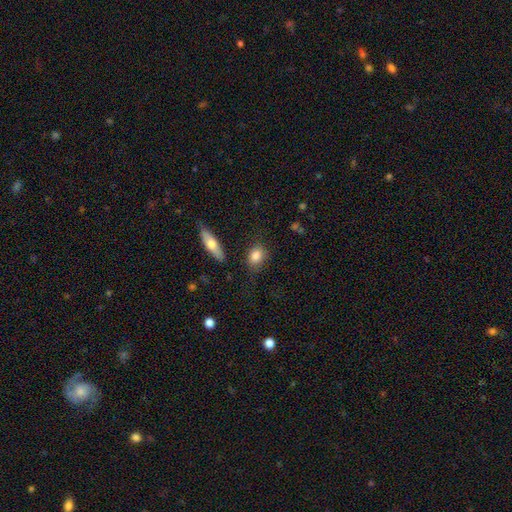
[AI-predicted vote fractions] smooth 83%, featured or disk 10%, star or artifact 7%. Down the decision tree: how rounded — in between (61%); merging — none (79%).